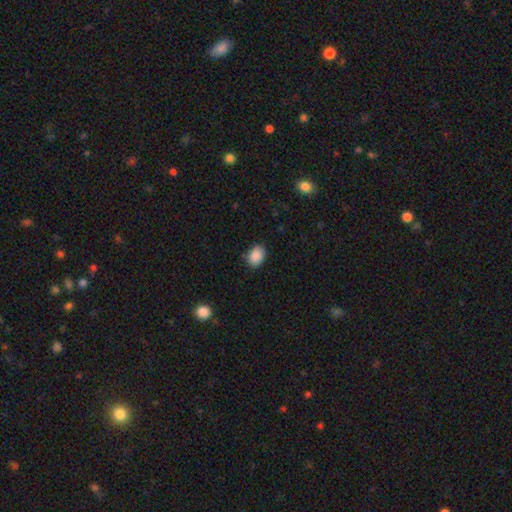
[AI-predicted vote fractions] smooth_or_featured: smooth (p=0.89) [alt: star or artifact p=0.08]
how_rounded: in between (p=0.76) [alt: round p=0.23]
merging: none (p=0.80) [alt: minor disturbance p=0.16]